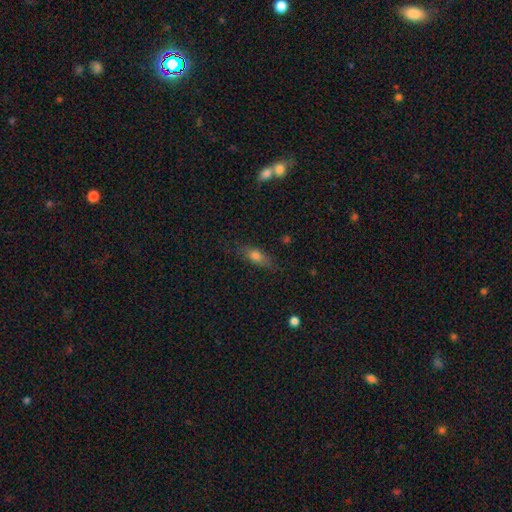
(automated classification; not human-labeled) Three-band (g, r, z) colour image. It shows a smooth galaxy with no disk features (67%) that is in between round and cigar-shaped (58%). Merging: none (77%).